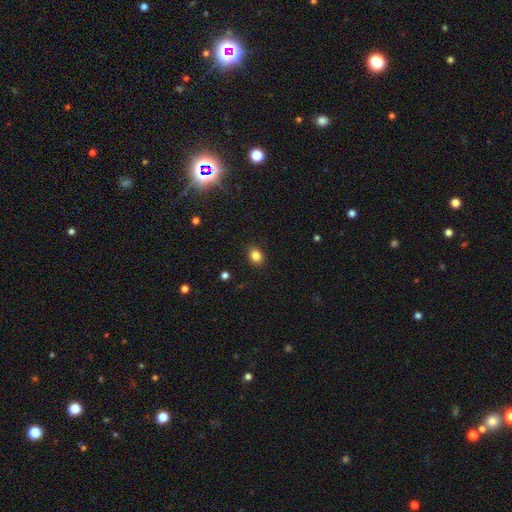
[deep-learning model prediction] Smooth or featured?
  - smooth: 84% *
  - star or artifact: 11%
  - featured or disk: 5%
How rounded?
  - round: 53% *
  - in between: 46%
  - cigar-shaped: 1%
Merging?
  - none: 89% *
  - minor disturbance: 7%
  - major disturbance: 2%
  - merger: 1%